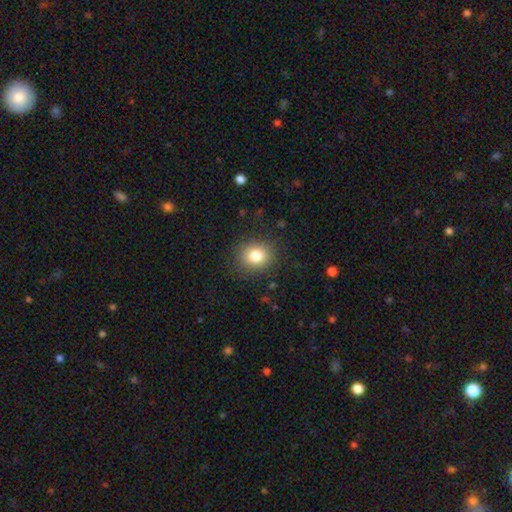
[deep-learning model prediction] smooth_or_featured: smooth (p=0.82) [alt: star or artifact p=0.11]
how_rounded: round (p=0.73) [alt: in between p=0.26]
merging: none (p=0.86) [alt: minor disturbance p=0.09]